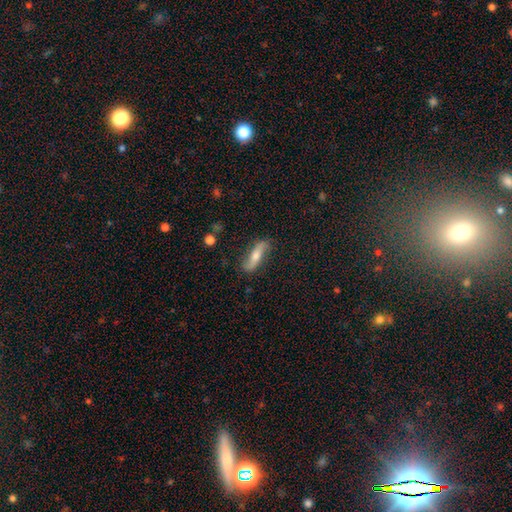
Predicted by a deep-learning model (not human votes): A featured or disk galaxy (51%). Merging: none (80%).